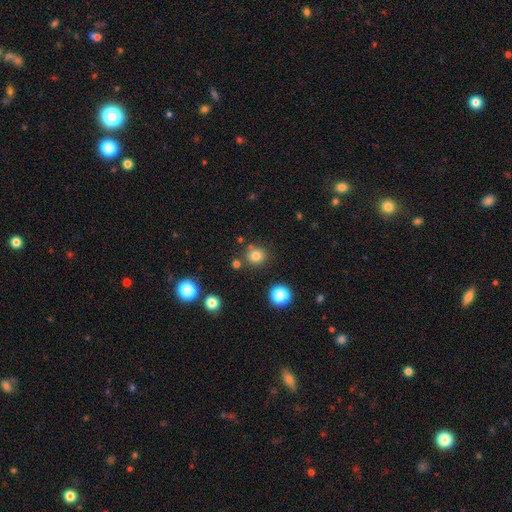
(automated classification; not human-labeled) smooth-or-featured: smooth: 79% | star or artifact: 15% | featured or disk: 6%
  how-rounded: round: 88% | in between: 11% | cigar-shaped: 1%
  merging: none: 82% | minor disturbance: 9% | merger: 7% | major disturbance: 3%